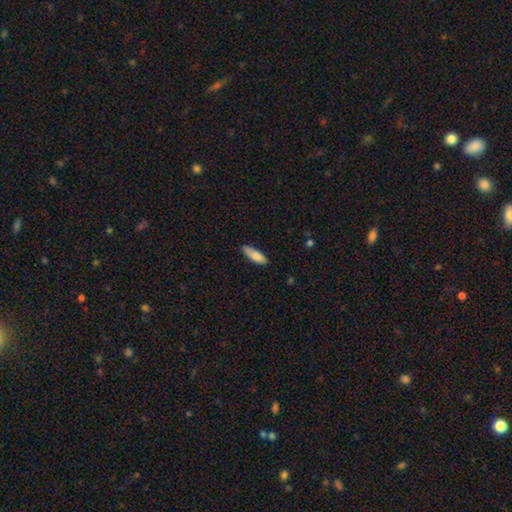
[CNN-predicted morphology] Smooth or featured: smooth — 83% (featured or disk — 11%)
How rounded: in between — 53% (cigar-shaped — 46%)
Merging: none — 77% (minor disturbance — 19%)